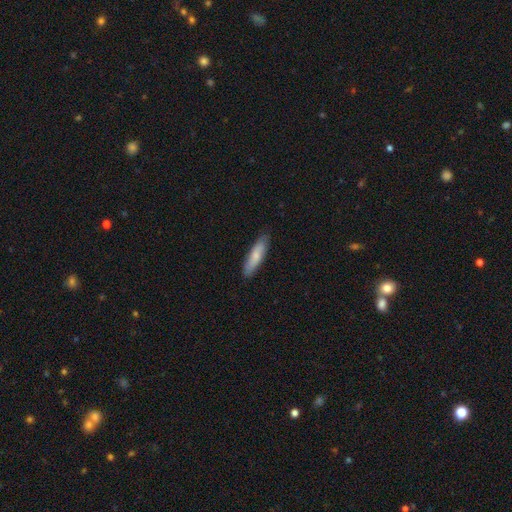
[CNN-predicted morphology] Overall: smooth (76%). How rounded: cigar-shaped (69%; in between 30%). Merging: none (86%).